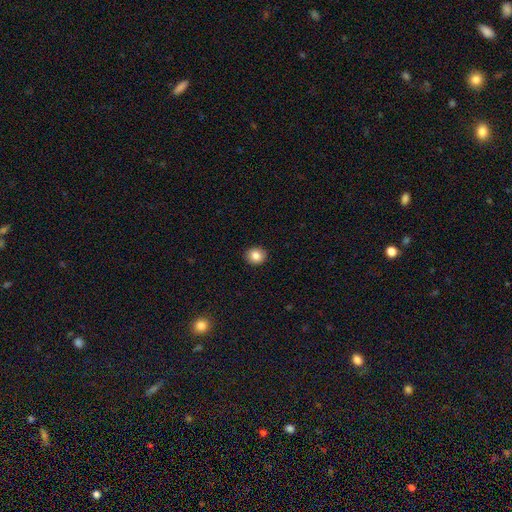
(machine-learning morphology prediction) type=smooth (84%); roundness=round (80%); merging=none (92%).